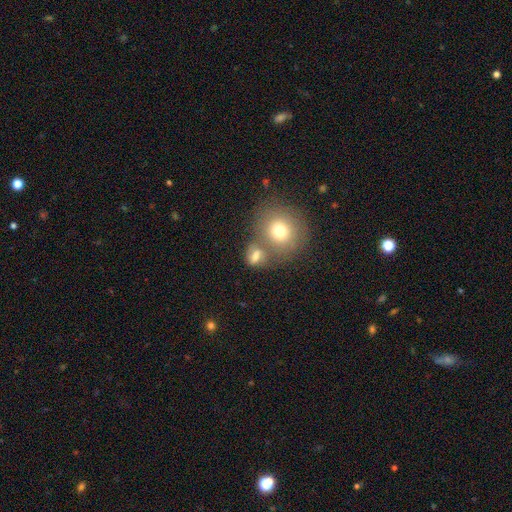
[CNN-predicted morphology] A smooth galaxy with no disk features (71%) that is round (52%). Merging: none (45%).